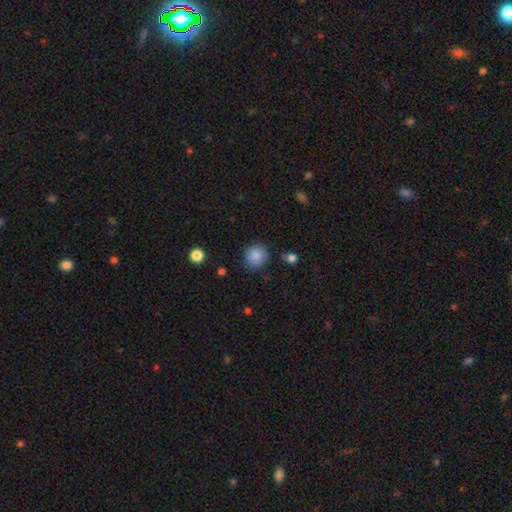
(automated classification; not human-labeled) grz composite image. It shows a smooth galaxy with no disk features (86%) that is round (89%). Merging: none (83%).